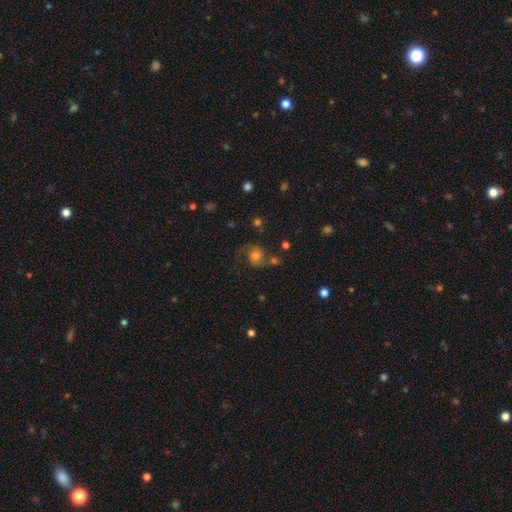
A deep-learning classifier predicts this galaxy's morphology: This is possibly a smooth galaxy (56%). How rounded: likely round (73%). Merging: possibly none (59%).